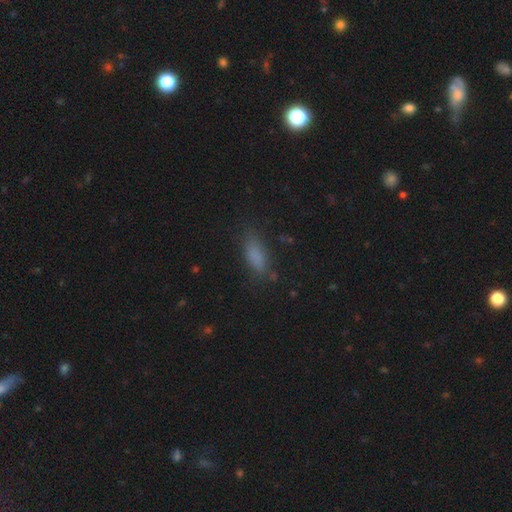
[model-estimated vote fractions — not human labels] smooth-or-featured: smooth: 80% | star or artifact: 11% | featured or disk: 8%
  how-rounded: in between: 72% | cigar-shaped: 25% | round: 3%
  merging: none: 71% | minor disturbance: 19% | major disturbance: 8% | merger: 2%